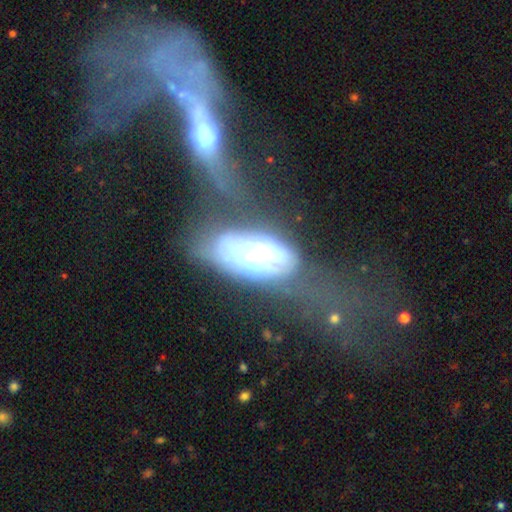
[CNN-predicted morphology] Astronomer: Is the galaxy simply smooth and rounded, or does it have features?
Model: featured or disk — 59%.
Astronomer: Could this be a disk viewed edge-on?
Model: no — 79%.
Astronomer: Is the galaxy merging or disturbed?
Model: major disturbance — 46%.